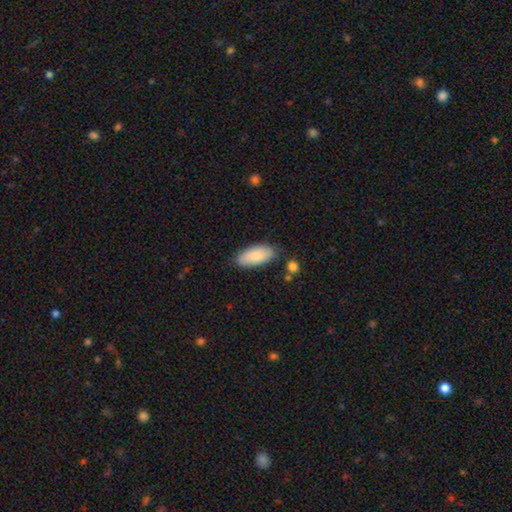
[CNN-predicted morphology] Smooth or featured?
  - smooth: 85% *
  - featured or disk: 9%
  - star or artifact: 6%
How rounded?
  - in between: 86% *
  - cigar-shaped: 13%
  - round: 2%
Merging?
  - none: 80% *
  - minor disturbance: 14%
  - merger: 3%
  - major disturbance: 3%